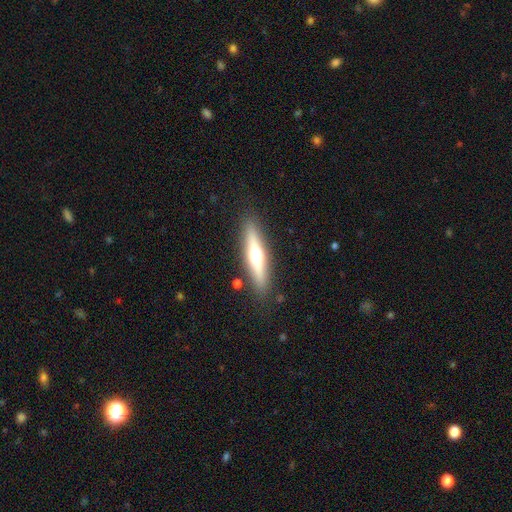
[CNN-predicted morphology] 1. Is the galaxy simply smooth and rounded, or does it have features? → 53% featured or disk, 40% smooth, 7% star or artifact.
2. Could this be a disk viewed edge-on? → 91% yes, 9% no.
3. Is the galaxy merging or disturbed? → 86% none, 9% minor disturbance, 3% major disturbance, 2% merger.